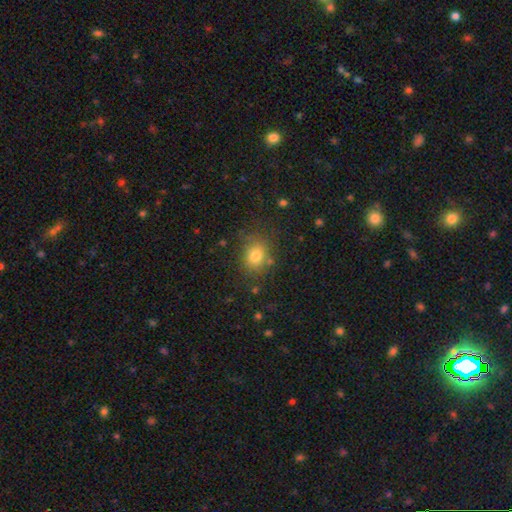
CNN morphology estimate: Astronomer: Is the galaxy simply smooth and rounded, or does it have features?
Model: smooth — 78%.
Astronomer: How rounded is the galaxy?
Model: round — 57% (runner-up: in between, 42%).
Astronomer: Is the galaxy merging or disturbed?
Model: none — 77%.